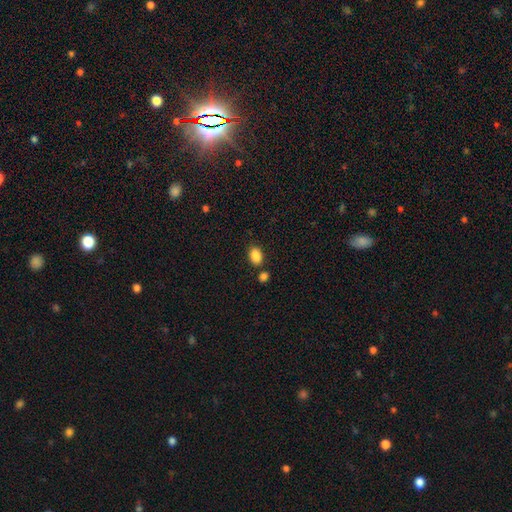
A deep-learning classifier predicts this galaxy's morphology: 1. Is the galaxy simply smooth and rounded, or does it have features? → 88% smooth, 9% star or artifact, 4% featured or disk.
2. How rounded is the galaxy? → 81% in between, 18% round, 1% cigar-shaped.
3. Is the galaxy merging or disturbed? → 75% none, 11% minor disturbance, 11% merger, 3% major disturbance.